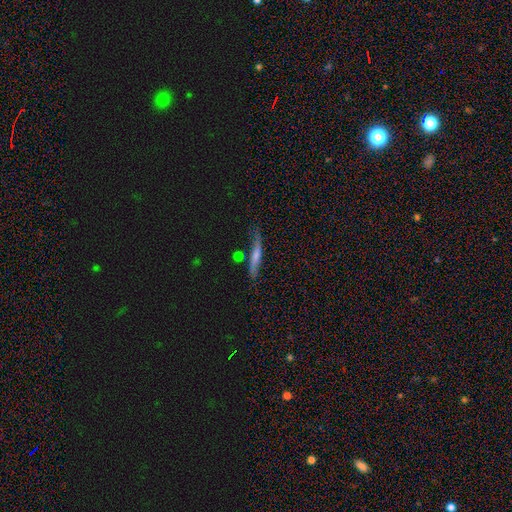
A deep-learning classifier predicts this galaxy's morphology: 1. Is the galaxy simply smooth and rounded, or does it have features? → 47% smooth, 43% featured or disk, 10% star or artifact.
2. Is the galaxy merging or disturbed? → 66% none, 20% minor disturbance, 8% merger, 6% major disturbance.